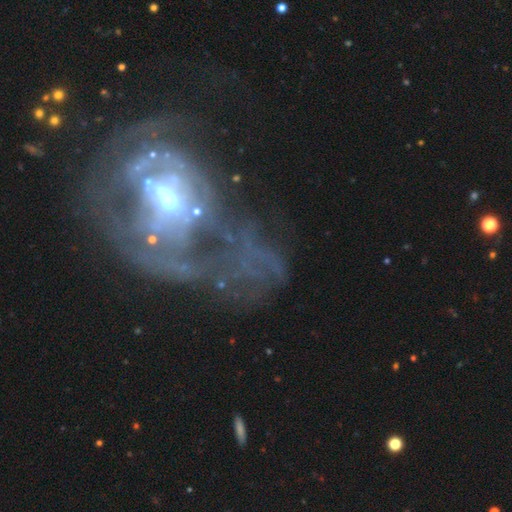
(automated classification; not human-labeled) Morphology: type=featured or disk (71%); edge-on=no (94%); bar=no (53%); spiral arms=no (57%); bulge=moderate (59%); merging=major disturbance (56%).